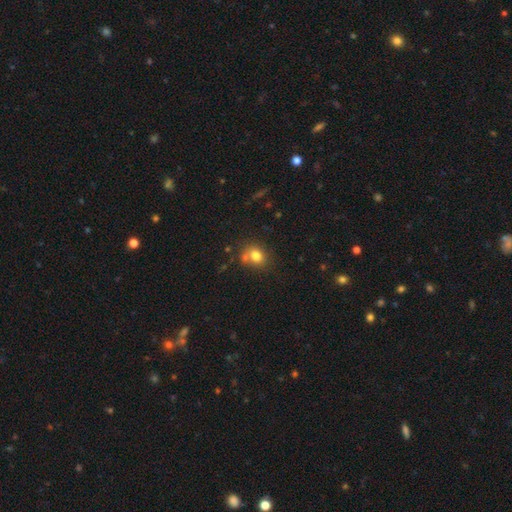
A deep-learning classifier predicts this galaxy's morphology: A smooth galaxy with no disk features (78%) that is round (61%).

Vote fractions:
- Smooth or featured? smooth: 78% / star or artifact: 11% / featured or disk: 11%
- How rounded? round: 61% / in between: 38% / cigar-shaped: 1%
- Merging? none: 57% / merger: 23% / minor disturbance: 15% / major disturbance: 5%